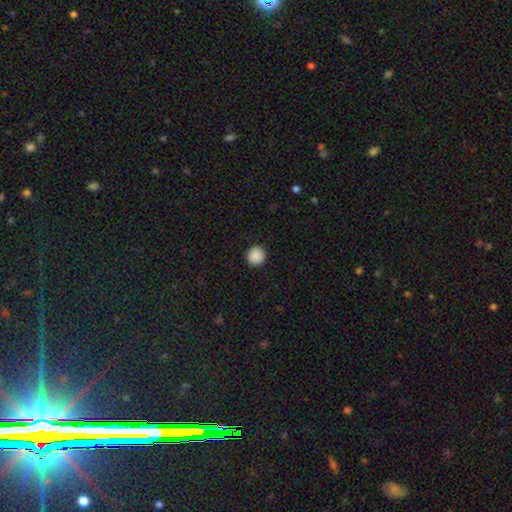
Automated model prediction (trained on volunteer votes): The model was most divided on "smooth or featured": smooth: 89%, star or artifact: 8%, featured or disk: 2%. More confident: how rounded — round (95%); merging — none (93%).